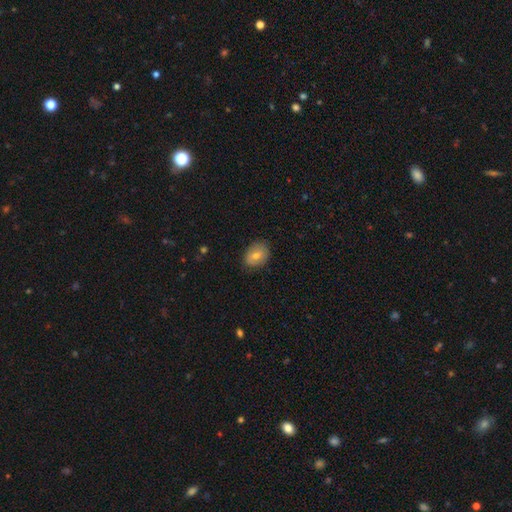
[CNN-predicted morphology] A smooth galaxy with no disk features (67%) that is in between round and cigar-shaped (62%).

Vote fractions:
- Smooth or featured? smooth: 67% / featured or disk: 23% / star or artifact: 10%
- How rounded? in between: 62% / round: 36% / cigar-shaped: 1%
- Merging? none: 83% / minor disturbance: 13% / major disturbance: 3% / merger: 1%